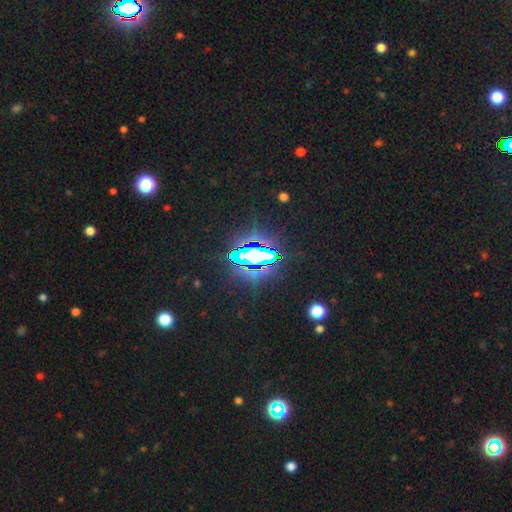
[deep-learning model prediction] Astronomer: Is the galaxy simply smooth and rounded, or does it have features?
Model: star or artifact — 77%.